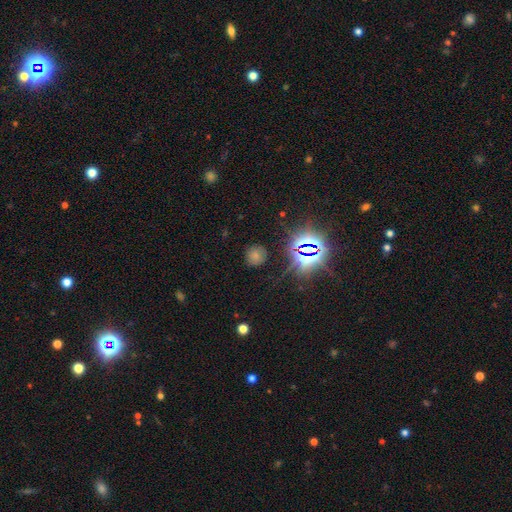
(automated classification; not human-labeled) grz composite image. It shows a smooth galaxy with no disk features (63%) that is round (87%). Merging: none (82%).